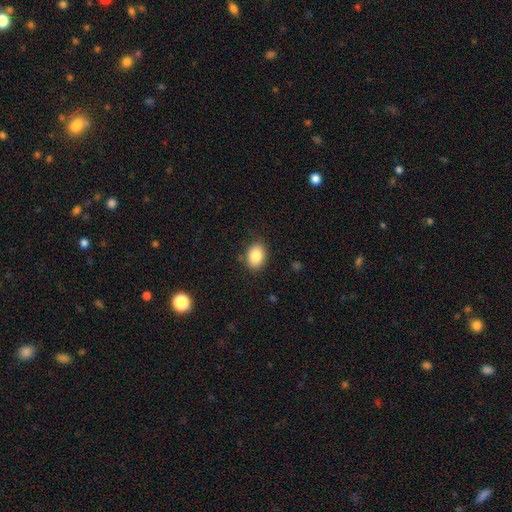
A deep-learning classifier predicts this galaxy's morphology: Q: Smooth or featured?
A: smooth (85%); runner-up: star or artifact (8%)
Q: How rounded?
A: in between (71%); runner-up: round (28%)
Q: Merging?
A: none (83%); runner-up: minor disturbance (12%)